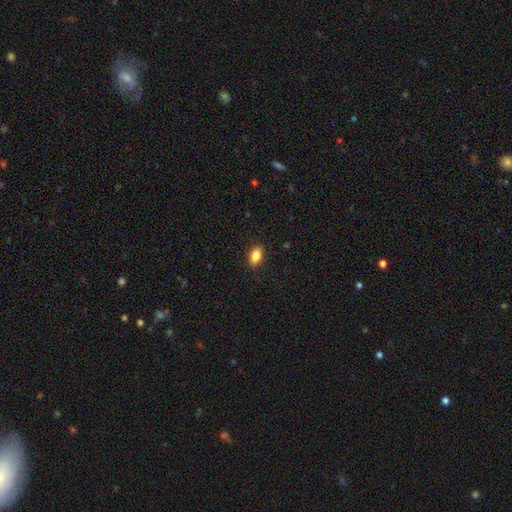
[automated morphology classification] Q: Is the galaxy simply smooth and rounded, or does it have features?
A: smooth — 85%.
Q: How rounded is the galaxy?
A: in between — 89%.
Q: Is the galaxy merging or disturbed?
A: none — 89%.